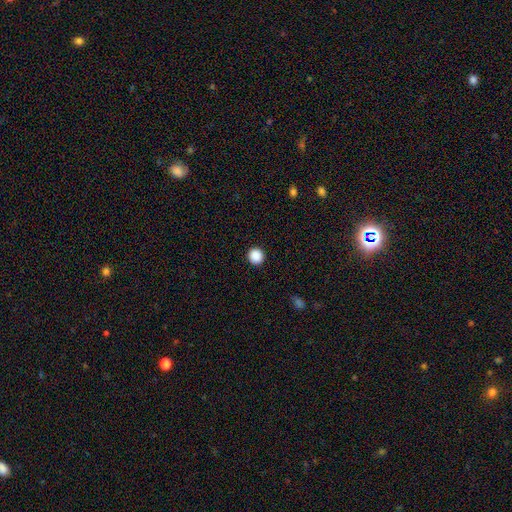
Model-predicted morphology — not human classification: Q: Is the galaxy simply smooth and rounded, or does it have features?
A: smooth — 89%.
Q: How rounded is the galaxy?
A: round — 95%.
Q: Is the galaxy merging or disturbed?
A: none — 93%.